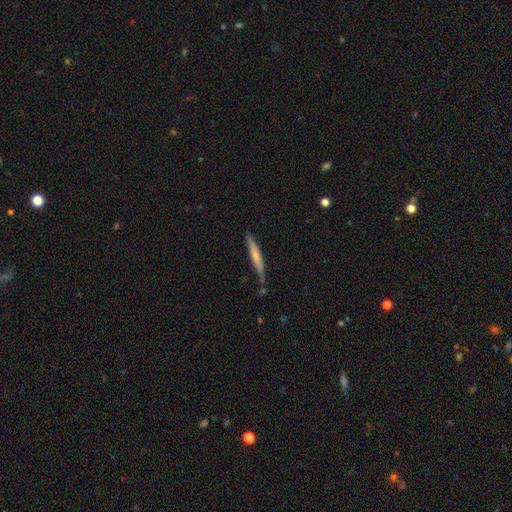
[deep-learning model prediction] Smooth or featured?
  - smooth: 61% *
  - featured or disk: 33%
  - star or artifact: 6%
How rounded?
  - cigar-shaped: 94% *
  - in between: 4%
  - round: 1%
Merging?
  - none: 75% *
  - minor disturbance: 17%
  - merger: 4%
  - major disturbance: 3%